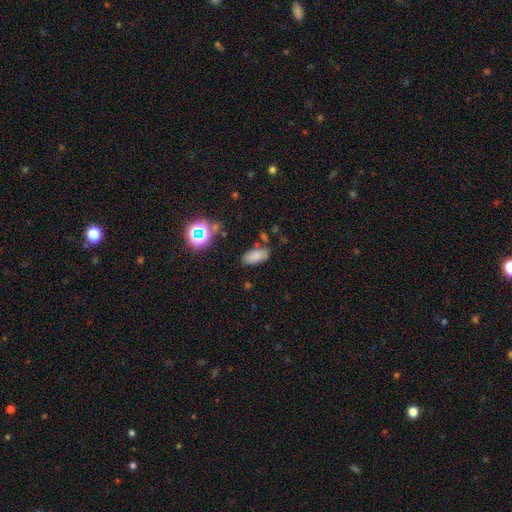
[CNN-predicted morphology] Smooth or featured? smooth (78%)
How rounded? in between (88%)
Merging? none (73%)